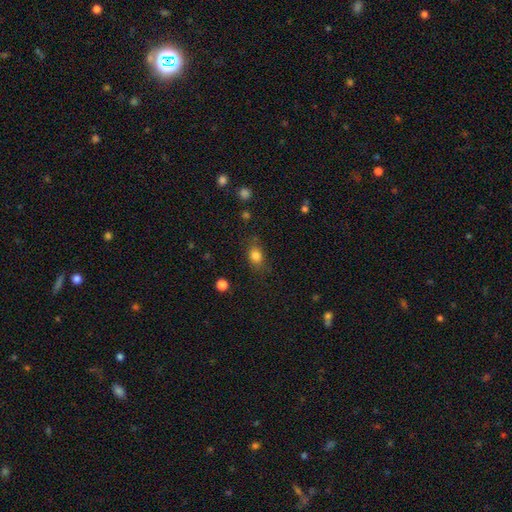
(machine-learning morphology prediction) A smooth galaxy with no disk features (82%) that is in between round and cigar-shaped (61%). Merging: none (75%).